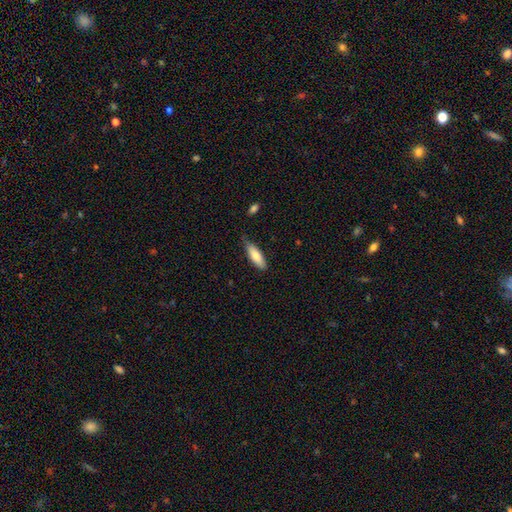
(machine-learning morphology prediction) smooth_or_featured: smooth (p=0.80) [alt: featured or disk p=0.14]
how_rounded: cigar-shaped (p=0.49) [tied with: in between p=0.49]
merging: none (p=0.73) [alt: minor disturbance p=0.22]